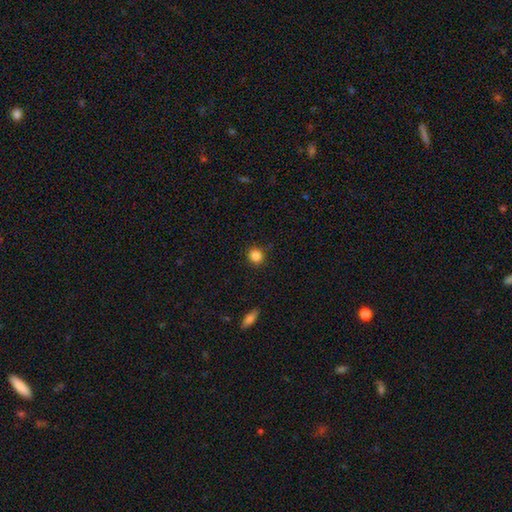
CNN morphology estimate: type=smooth (86%); roundness=round (86%); merging=none (89%).